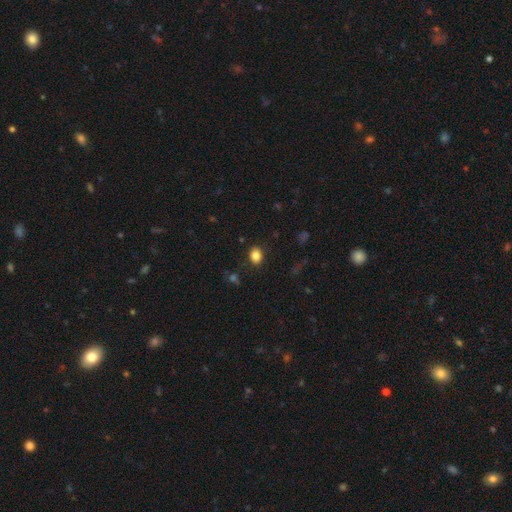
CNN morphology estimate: A smooth galaxy with no disk features (84%) that is in between round and cigar-shaped (56%).

Vote fractions:
- Smooth or featured? smooth: 84% / star or artifact: 11% / featured or disk: 5%
- How rounded? in between: 56% / round: 43% / cigar-shaped: 1%
- Merging? none: 85% / minor disturbance: 10% / major disturbance: 3% / merger: 1%